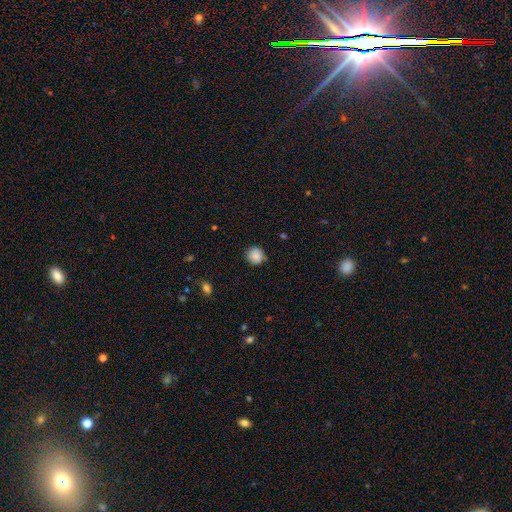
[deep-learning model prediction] The model was most divided on "merging": none: 84%, minor disturbance: 12%, major disturbance: 2%, merger: 2%. More confident: how rounded — round (92%); smooth or featured — smooth (86%).